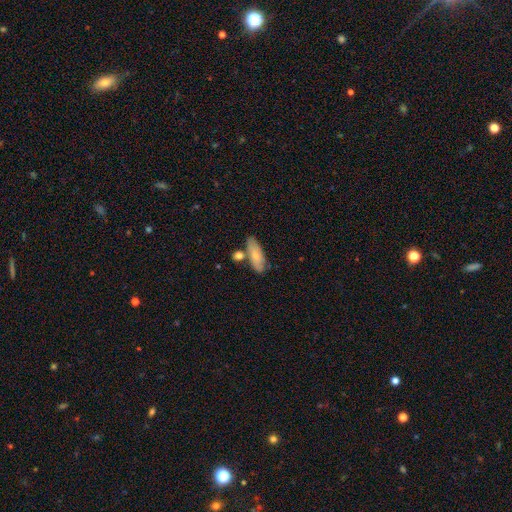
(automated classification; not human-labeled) smooth 74%, featured or disk 20%, star or artifact 6%. Down the decision tree: how rounded — in between (69%); merging — none (62%).